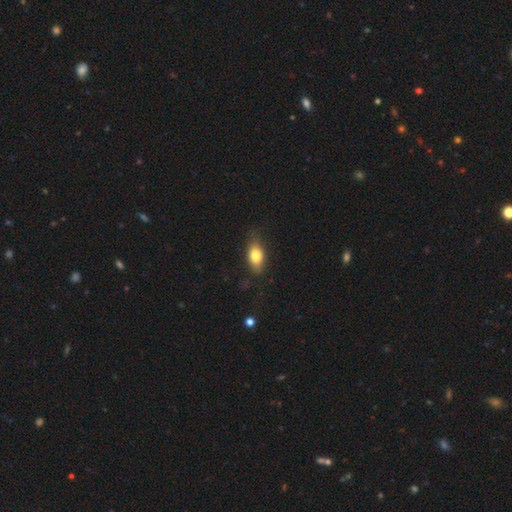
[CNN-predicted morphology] smooth 76%, featured or disk 16%, star or artifact 8%. Down the decision tree: how rounded — in between (83%); merging — none (75%).